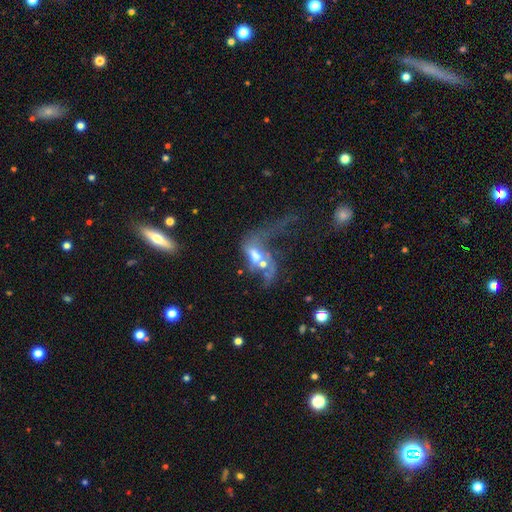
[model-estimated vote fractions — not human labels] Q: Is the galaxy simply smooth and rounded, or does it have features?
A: featured or disk — 56%.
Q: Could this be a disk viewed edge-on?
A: no — 93%.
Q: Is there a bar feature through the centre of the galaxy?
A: no — 67%.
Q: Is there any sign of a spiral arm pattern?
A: no — 59%.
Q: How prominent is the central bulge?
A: moderate — 46%.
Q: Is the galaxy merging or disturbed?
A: merger — 52%.